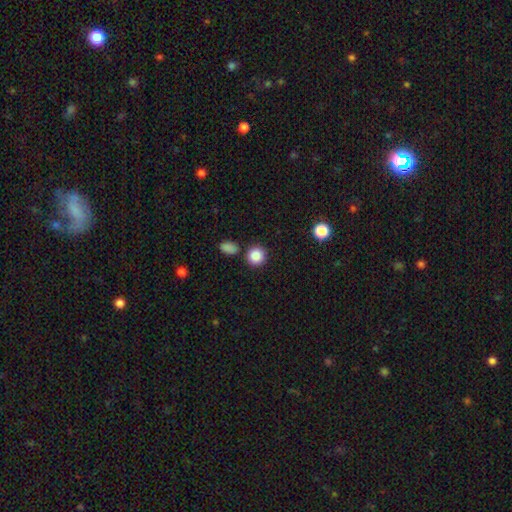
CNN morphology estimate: Overall: smooth (87%). How rounded: round (90%). Merging: none (82%).